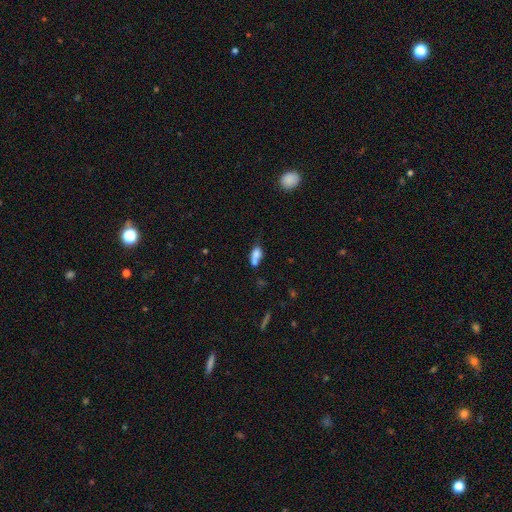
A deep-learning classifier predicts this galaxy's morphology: This is likely a smooth galaxy (75%). How rounded: likely in between (80%). Merging: marginally merger (40%).